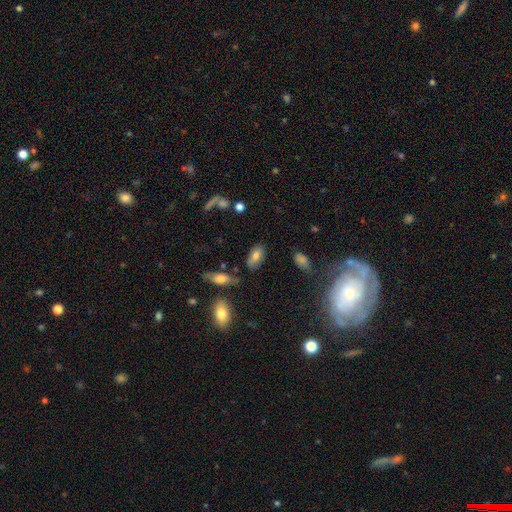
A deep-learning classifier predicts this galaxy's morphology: This is likely a smooth galaxy (73%). How rounded: clearly in between (92%). Merging: likely none (76%).